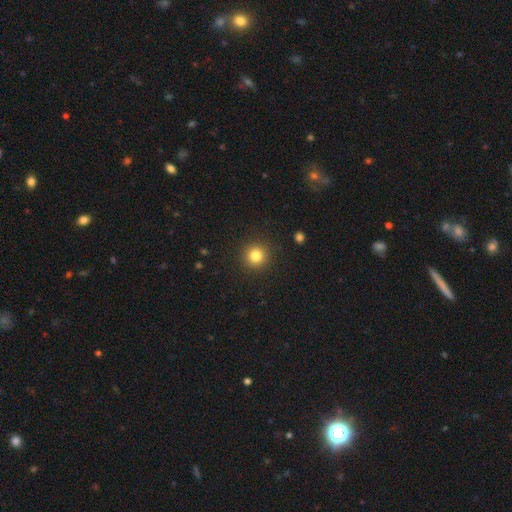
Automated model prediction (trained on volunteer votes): This is clearly a smooth galaxy (82%). How rounded: clearly round (94%). Merging: clearly none (92%).